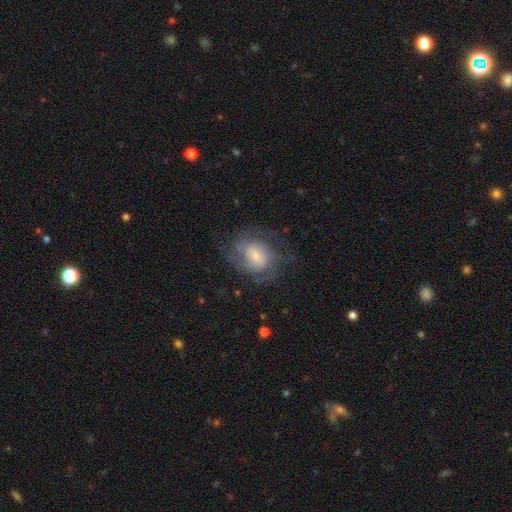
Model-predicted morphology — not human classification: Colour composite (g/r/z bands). It shows a featured or disk galaxy (63%) with no bar (52%), medium (43%) spiral arms (84%) and a small central bulge (52%). Merging: none (59%).